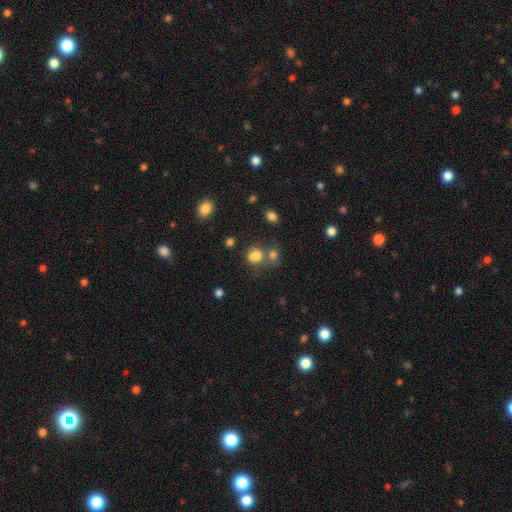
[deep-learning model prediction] The model was most divided on "merging": none: 41%, merger: 38%, minor disturbance: 13%, major disturbance: 8%. More confident: smooth or featured — smooth (76%); how rounded — round (65%).